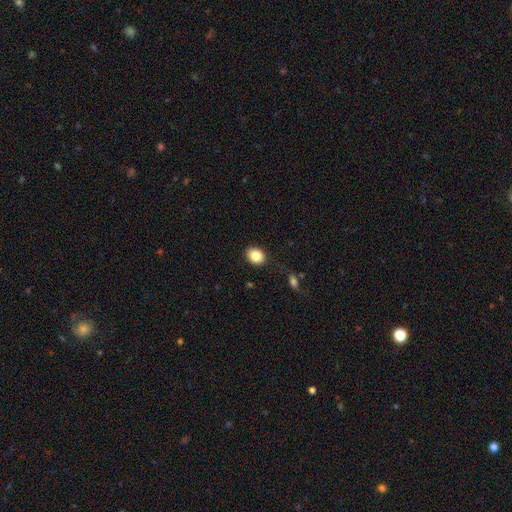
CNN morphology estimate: A smooth galaxy with no disk features (84%) that is round (56%).

Vote fractions:
- Smooth or featured? smooth: 84% / star or artifact: 9% / featured or disk: 7%
- How rounded? round: 56% / in between: 43% / cigar-shaped: 1%
- Merging? none: 86% / minor disturbance: 9% / major disturbance: 3% / merger: 2%